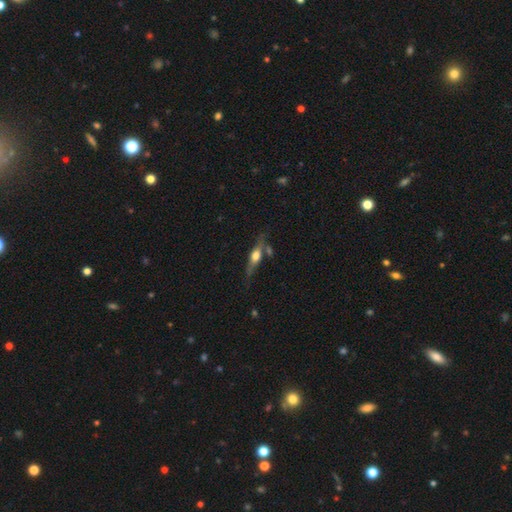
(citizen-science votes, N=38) smooth_or_featured: featured or disk (p=0.74) [alt: smooth p=0.18]
disk_edge_on: yes (p=0.96) [alt: no p=0.04]
edge_on_bulge: rounded (p=1.00)
merging: none (p=0.66) [alt: minor disturbance p=0.17]